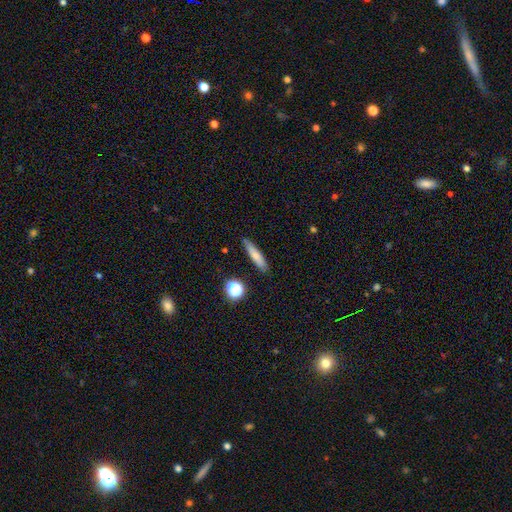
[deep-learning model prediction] A smooth galaxy with no disk features (72%) that is cigar-shaped (84%).

Vote fractions:
- Smooth or featured? smooth: 72% / featured or disk: 19% / star or artifact: 9%
- How rounded? cigar-shaped: 84% / in between: 13% / round: 3%
- Merging? none: 84% / minor disturbance: 12% / major disturbance: 3% / merger: 2%